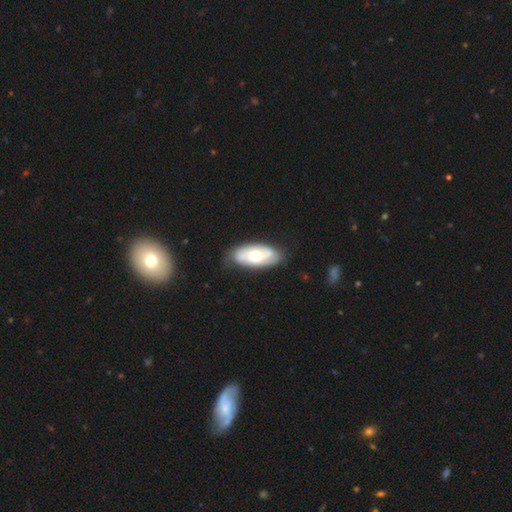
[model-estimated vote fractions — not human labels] Smooth or featured: featured or disk — 49% (smooth — 46%)
Merging: none — 75% (minor disturbance — 19%)